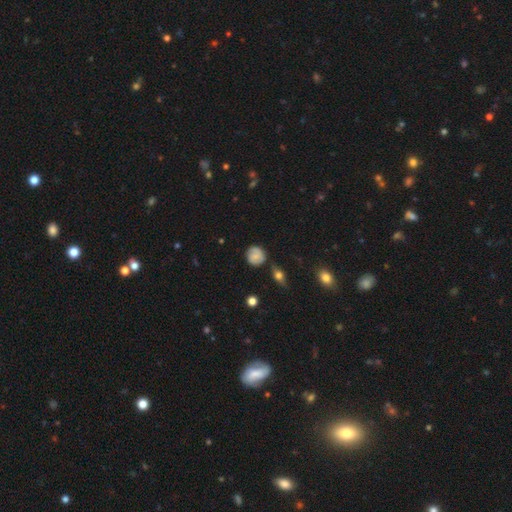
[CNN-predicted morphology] smooth-or-featured: smooth: 71% | featured or disk: 20% | star or artifact: 9%
  how-rounded: round: 86% | in between: 13% | cigar-shaped: 1%
  merging: none: 75% | minor disturbance: 18% | major disturbance: 4% | merger: 3%